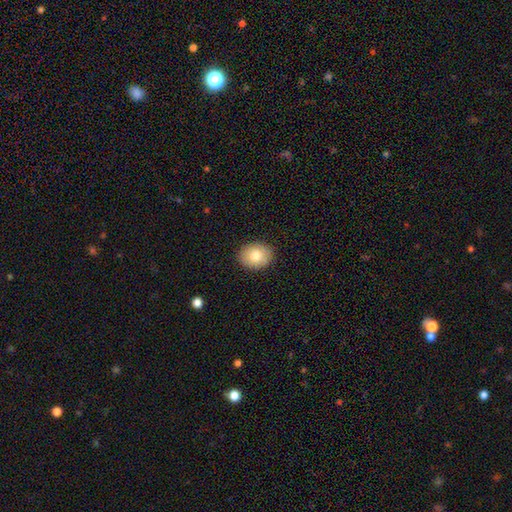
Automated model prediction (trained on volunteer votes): Smooth or featured? smooth (80%)
How rounded? in between (50%)
Merging? none (89%)